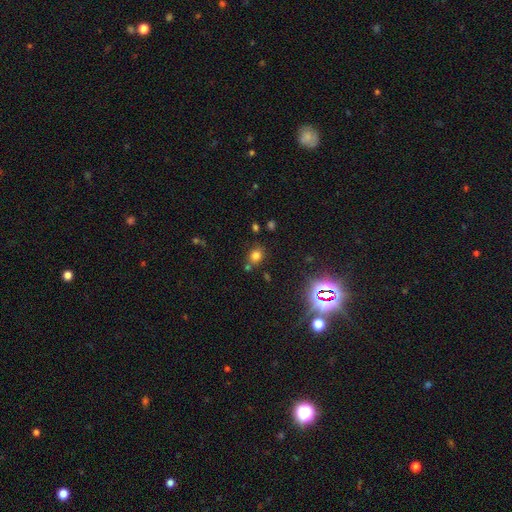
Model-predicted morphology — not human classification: The model was most divided on "how rounded": round: 64%, in between: 35%, cigar-shaped: 1%. More confident: smooth or featured — smooth (74%); merging — none (74%).